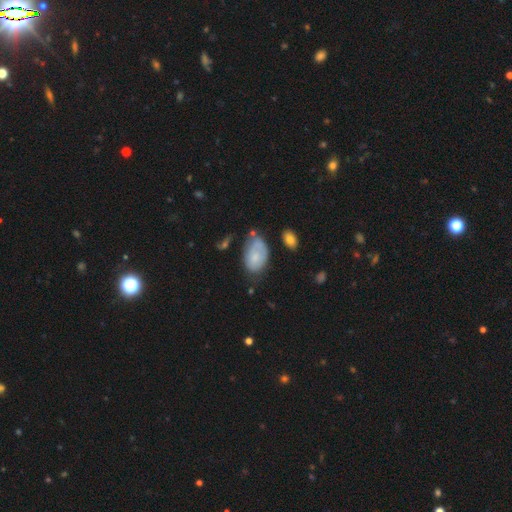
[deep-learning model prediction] This is likely a smooth galaxy (62%). How rounded: clearly in between (91%). Merging: possibly none (47%).